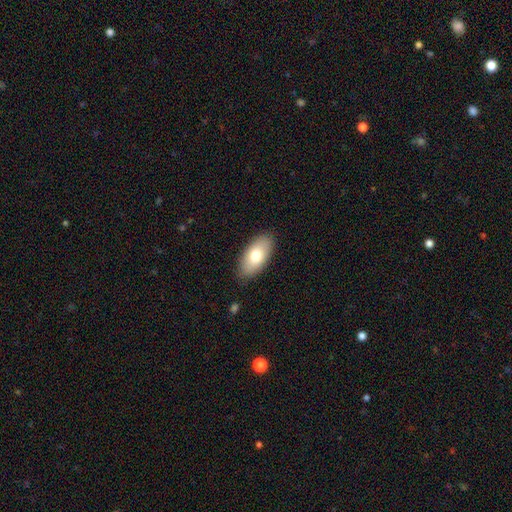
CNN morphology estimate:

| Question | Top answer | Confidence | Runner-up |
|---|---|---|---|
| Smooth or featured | smooth | 76% | featured or disk (18%) |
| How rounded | in between | 92% | cigar-shaped (5%) |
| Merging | none | 86% | minor disturbance (10%) |